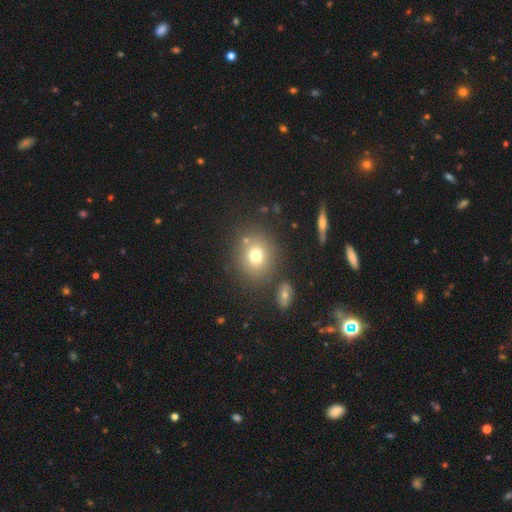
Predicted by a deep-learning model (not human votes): Smooth or featured? smooth (73%)
How rounded? round (77%)
Merging? none (78%)